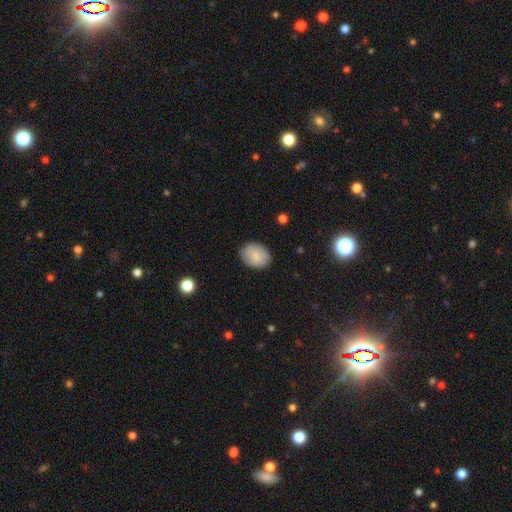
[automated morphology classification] A smooth galaxy with no disk features (82%) that is in between round and cigar-shaped (66%).

Vote fractions:
- Smooth or featured? smooth: 82% / featured or disk: 11% / star or artifact: 7%
- How rounded? in between: 66% / round: 33% / cigar-shaped: 1%
- Merging? none: 85% / minor disturbance: 11% / major disturbance: 2% / merger: 1%